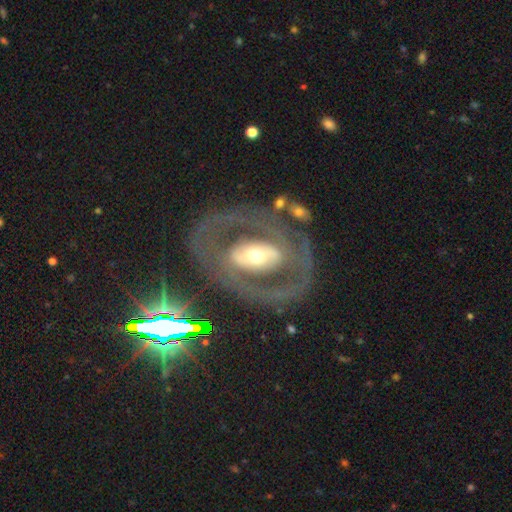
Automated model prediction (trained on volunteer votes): The model was most divided on "bar": strong: 39%, no: 34%, weak: 27%. More confident: edge-on disk — no (94%); smooth or featured — featured or disk (79%); merging — none (68%); bulge size — moderate (62%); spiral arms — yes (54%).